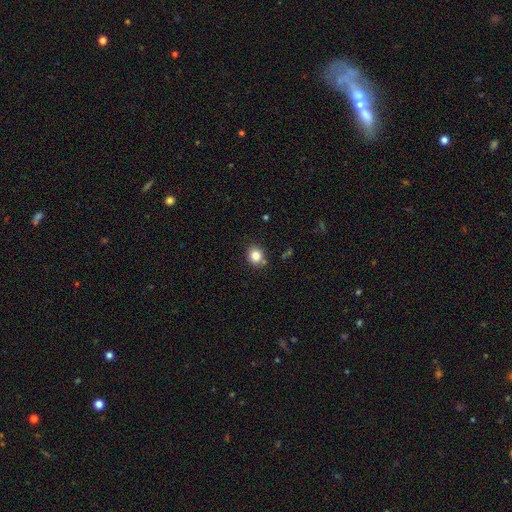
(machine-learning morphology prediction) type=smooth (84%); roundness=round (76%); merging=none (82%).